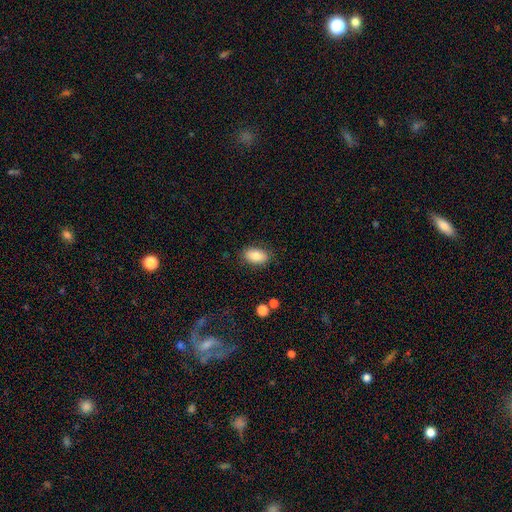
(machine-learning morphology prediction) smooth_or_featured: smooth (p=0.84) [alt: featured or disk p=0.08]
how_rounded: in between (p=0.91) [alt: round p=0.06]
merging: none (p=0.85) [alt: minor disturbance p=0.11]